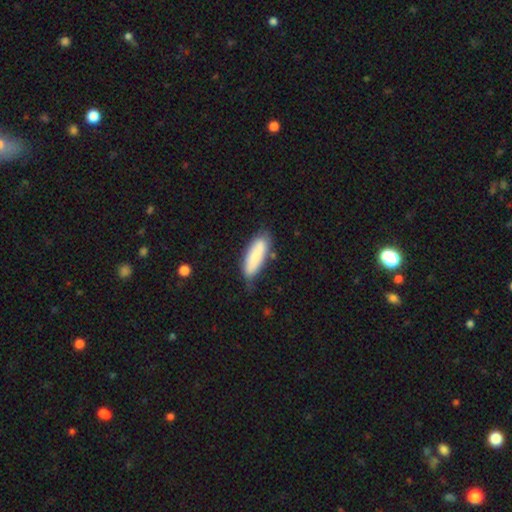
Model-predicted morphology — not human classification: Smooth or featured? Predicted: smooth (p=0.81). How rounded? Predicted: in between (p=0.55). Merging? Predicted: none (p=0.65).